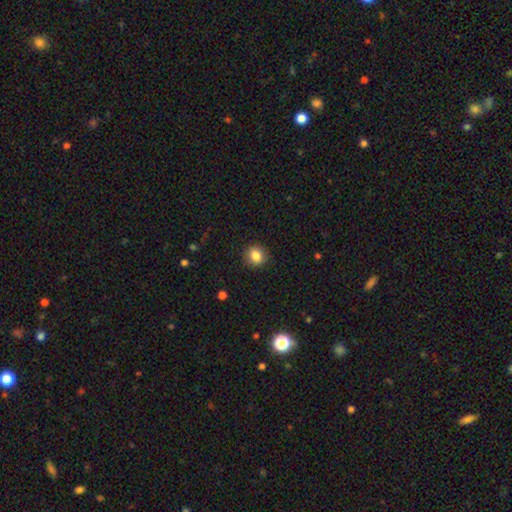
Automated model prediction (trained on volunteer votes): A smooth galaxy with no disk features (84%) that is round (81%). Merging: none (89%).